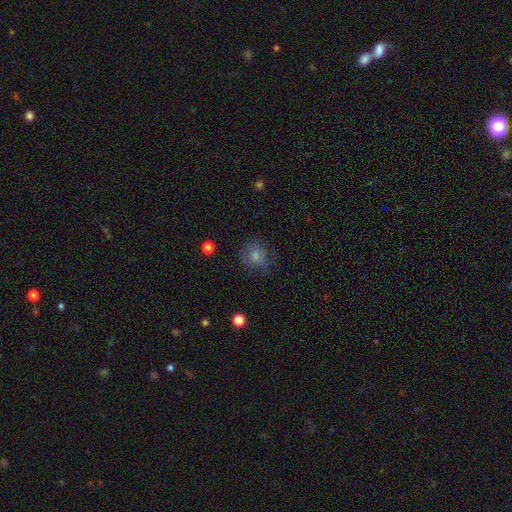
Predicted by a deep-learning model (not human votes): Overall: smooth (58%; featured or disk 21%). How rounded: round (82%). Merging: none (73%).